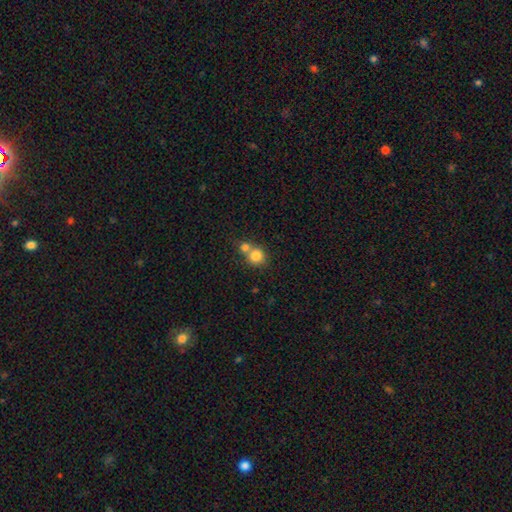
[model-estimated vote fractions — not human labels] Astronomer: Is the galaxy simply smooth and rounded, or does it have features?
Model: smooth — 81%.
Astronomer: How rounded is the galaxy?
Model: round — 85%.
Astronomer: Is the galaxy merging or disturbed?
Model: merger — 50% (runner-up: none, 41%).